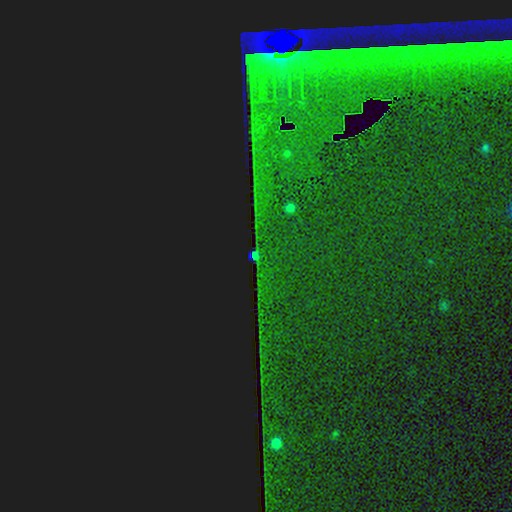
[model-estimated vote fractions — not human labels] Smooth or featured? star or artifact (86%)